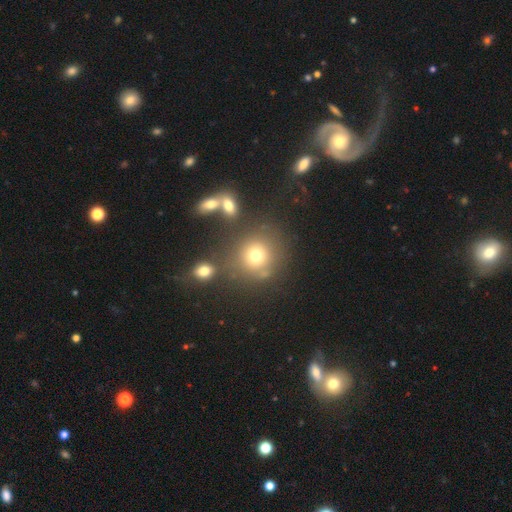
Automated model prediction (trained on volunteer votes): Smooth or featured? Predicted: smooth (p=0.72). How rounded? Predicted: round (p=0.88). Merging? Predicted: none (p=0.69).